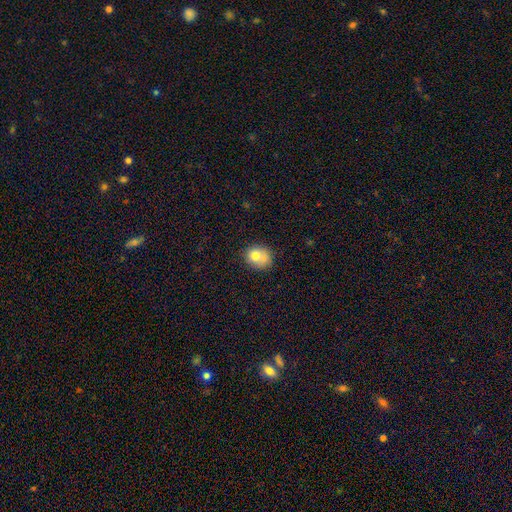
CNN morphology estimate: Smooth or featured? smooth (75%)
How rounded? round (66%)
Merging? none (59%)